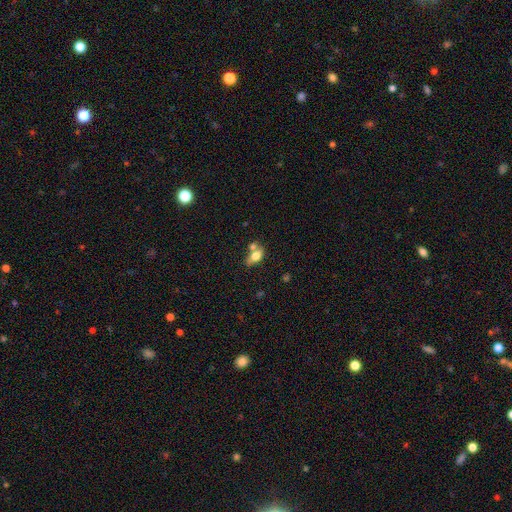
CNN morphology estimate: This appears to be a smooth galaxy with no disk features (68%) that is in between round and cigar-shaped (78%). Merging: merger (42%).